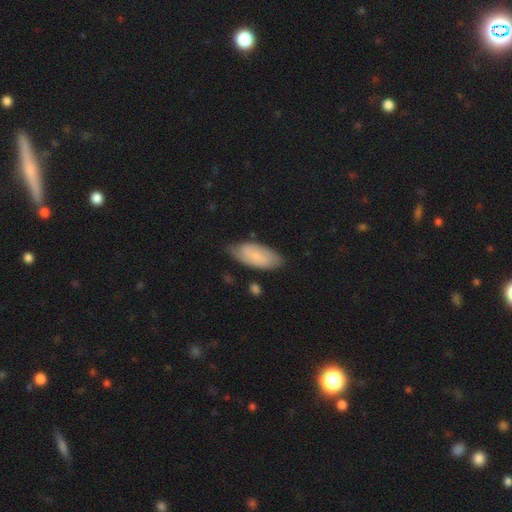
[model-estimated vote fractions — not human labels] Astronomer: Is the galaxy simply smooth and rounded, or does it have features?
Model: smooth — 64%.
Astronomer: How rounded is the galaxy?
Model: in between — 87%.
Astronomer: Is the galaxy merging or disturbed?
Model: none — 70%.